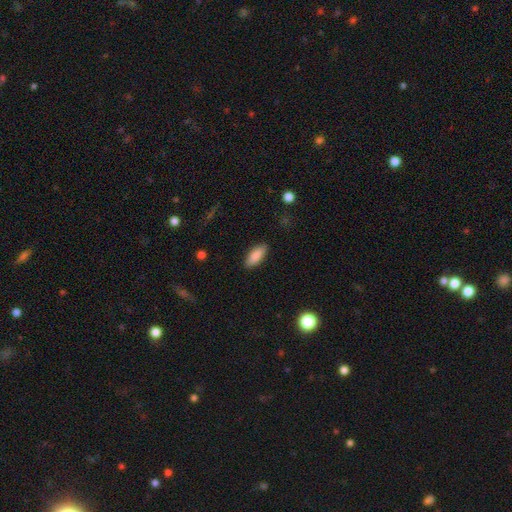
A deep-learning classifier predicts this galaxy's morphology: smooth-or-featured: smooth: 86% | featured or disk: 8% | star or artifact: 6%
  how-rounded: in between: 77% | cigar-shaped: 21% | round: 2%
  merging: none: 88% | minor disturbance: 9% | major disturbance: 2% | merger: 1%